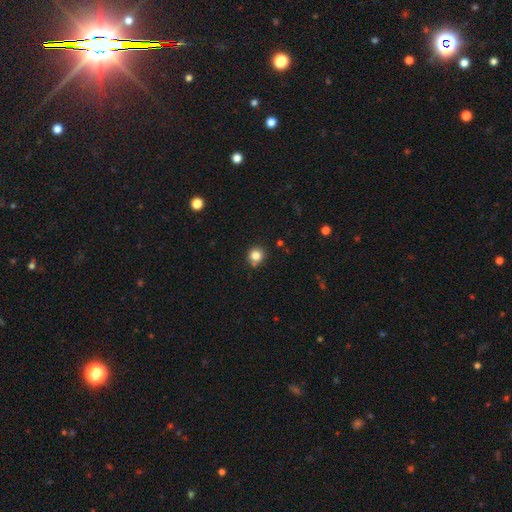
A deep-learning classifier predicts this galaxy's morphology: Overall: smooth (82%). How rounded: round (88%). Merging: none (76%).